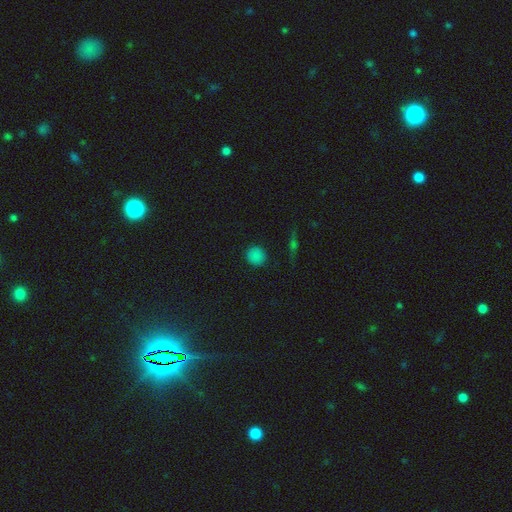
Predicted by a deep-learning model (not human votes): smooth_or_featured: smooth (p=0.81) [alt: star or artifact p=0.15]
how_rounded: round (p=0.92) [alt: in between p=0.06]
merging: none (p=0.90) [alt: minor disturbance p=0.07]